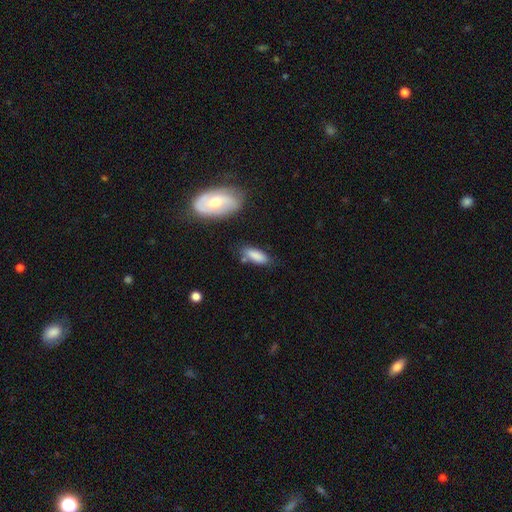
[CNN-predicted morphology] Smooth or featured: smooth — 84% (featured or disk — 9%)
How rounded: in between — 69% (cigar-shaped — 29%)
Merging: none — 69% (minor disturbance — 19%)